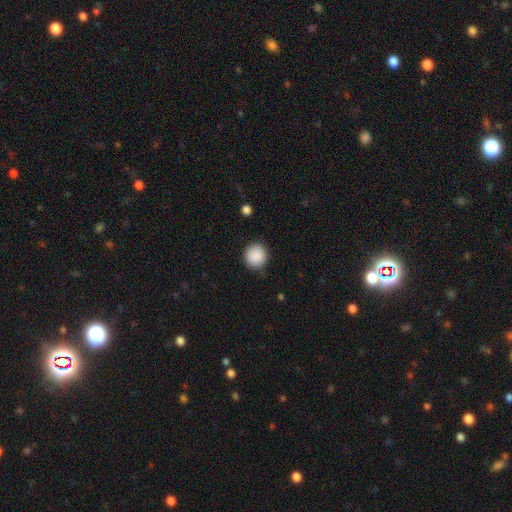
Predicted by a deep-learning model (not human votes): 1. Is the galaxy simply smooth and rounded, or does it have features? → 89% smooth, 8% star or artifact, 3% featured or disk.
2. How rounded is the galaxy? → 92% round, 7% in between, 1% cigar-shaped.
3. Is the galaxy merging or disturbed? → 86% none, 10% minor disturbance, 2% major disturbance, 1% merger.